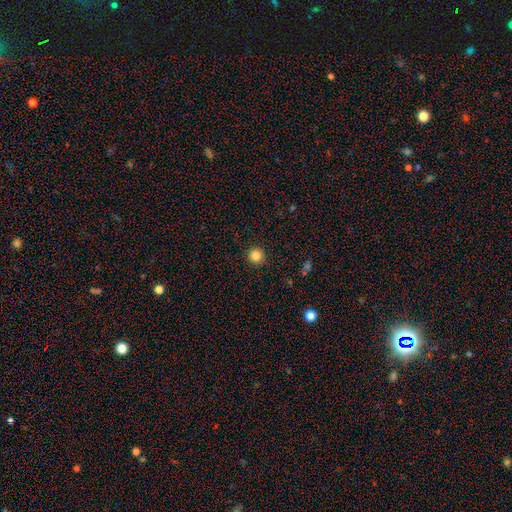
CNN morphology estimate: Overall: smooth (85%). How rounded: round (95%). Merging: none (93%).